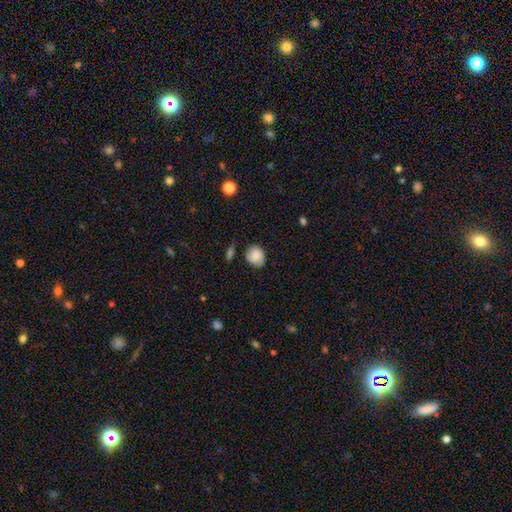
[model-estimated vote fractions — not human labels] A smooth galaxy with no disk features (79%) that is round (59%). Merging: none (72%).